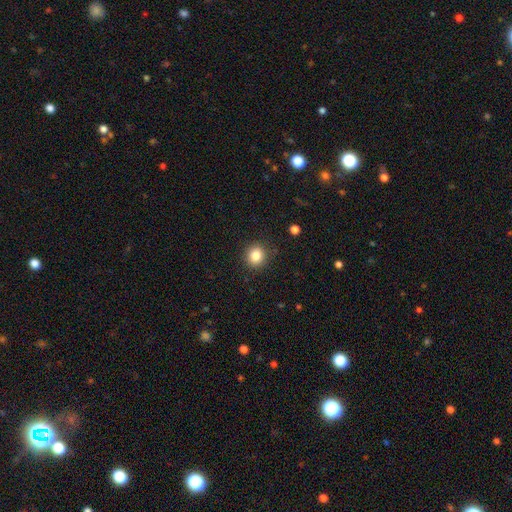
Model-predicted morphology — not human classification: This is clearly a smooth galaxy (84%). How rounded: clearly round (86%). Merging: clearly none (89%).